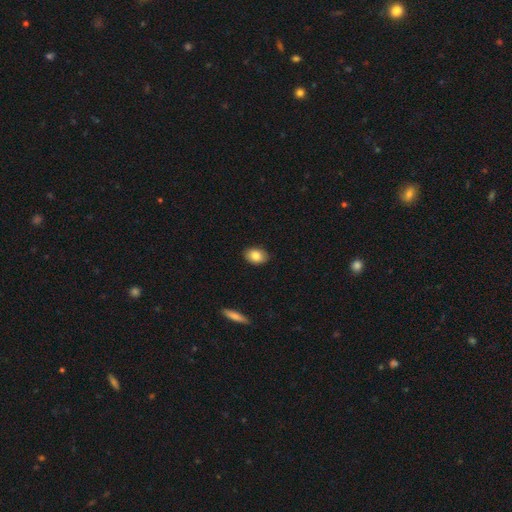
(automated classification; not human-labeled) A smooth galaxy with no disk features (84%) that is in between round and cigar-shaped (84%). Merging: none (88%).